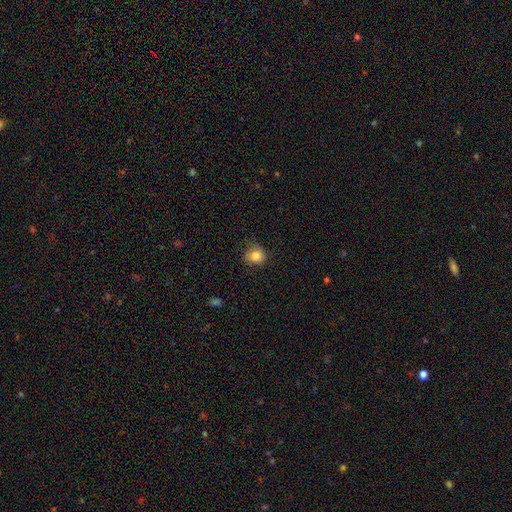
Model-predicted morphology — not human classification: Q: Smooth or featured?
A: smooth (83%); runner-up: star or artifact (10%)
Q: How rounded?
A: round (78%); runner-up: in between (21%)
Q: Merging?
A: none (77%); runner-up: minor disturbance (18%)